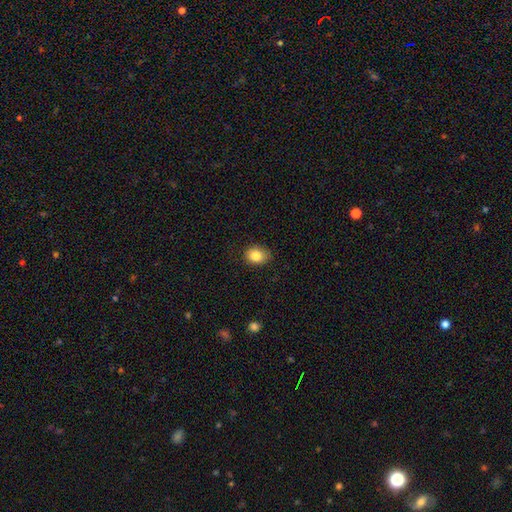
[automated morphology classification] smooth 84%, star or artifact 9%, featured or disk 7%. Down the decision tree: how rounded — round (51%); merging — none (82%).